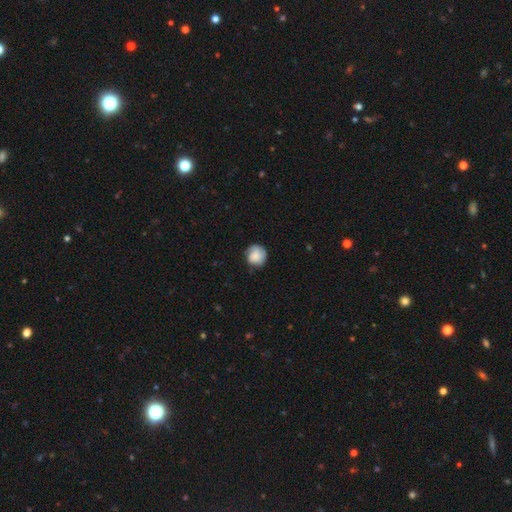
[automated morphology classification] This is likely a smooth galaxy (71%). How rounded: clearly round (87%). Merging: likely none (72%).